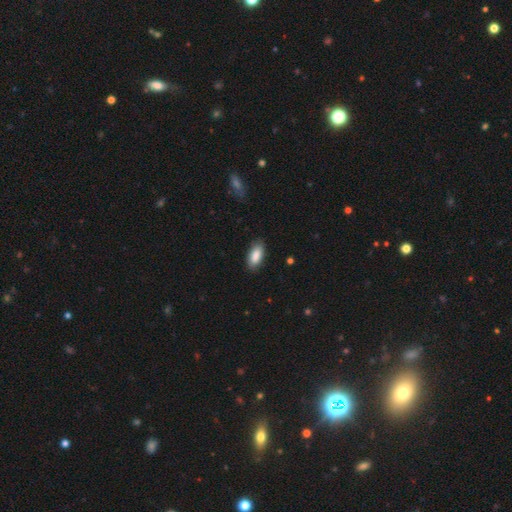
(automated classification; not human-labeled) A smooth galaxy with no disk features (88%) that is in between round and cigar-shaped (88%). Merging: none (85%).